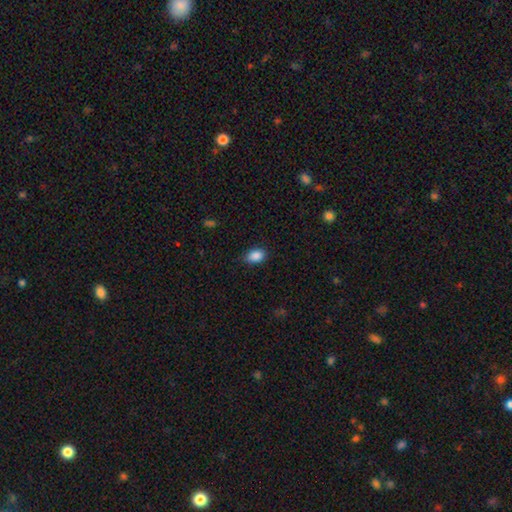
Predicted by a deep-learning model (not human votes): smooth-or-featured: smooth: 89% | star or artifact: 8% | featured or disk: 3%
  how-rounded: in between: 84% | round: 14% | cigar-shaped: 1%
  merging: none: 82% | minor disturbance: 14% | major disturbance: 3% | merger: 1%